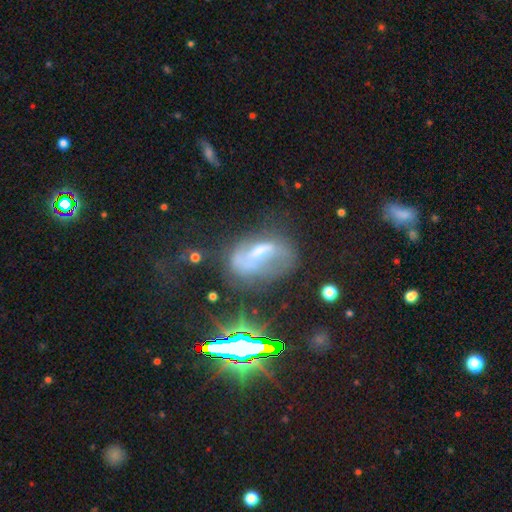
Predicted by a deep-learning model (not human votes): smooth-or-featured: featured or disk: 48% | smooth: 28% | star or artifact: 24%
  merging: none: 38% | major disturbance: 30% | minor disturbance: 25% | merger: 8%